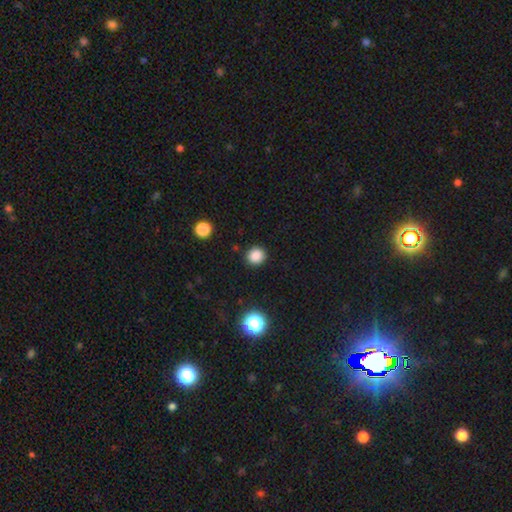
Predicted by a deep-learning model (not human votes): Smooth or featured? smooth (84%)
How rounded? round (88%)
Merging? none (90%)